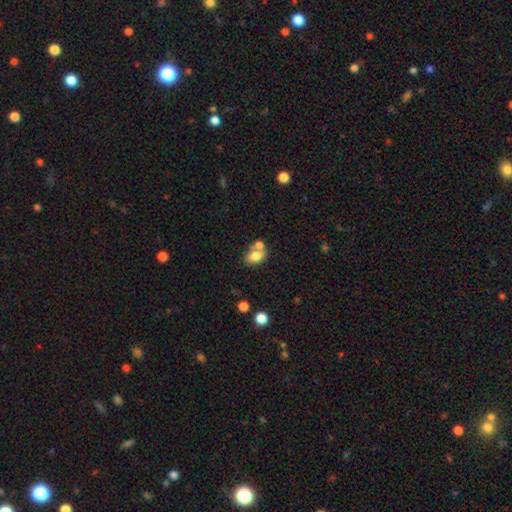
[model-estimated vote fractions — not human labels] Q: Smooth or featured?
A: smooth (78%); runner-up: featured or disk (13%)
Q: How rounded?
A: in between (82%); runner-up: round (17%)
Q: Merging?
A: merger (42%); runner-up: none (41%)